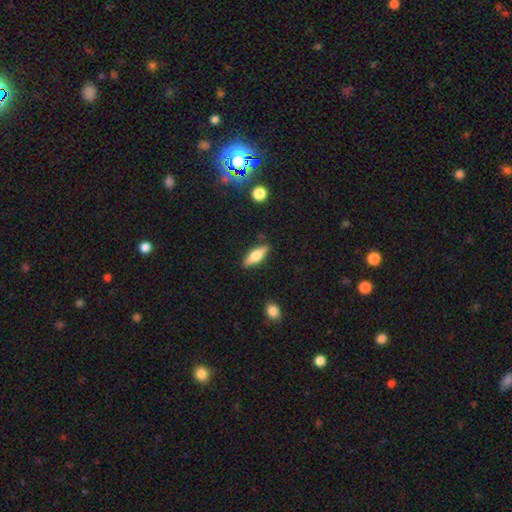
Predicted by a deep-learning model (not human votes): Smooth or featured?
  - smooth: 54% *
  - featured or disk: 39%
  - star or artifact: 6%
How rounded?
  - in between: 60% *
  - cigar-shaped: 38%
  - round: 3%
Merging?
  - none: 86% *
  - minor disturbance: 10%
  - major disturbance: 2%
  - merger: 2%